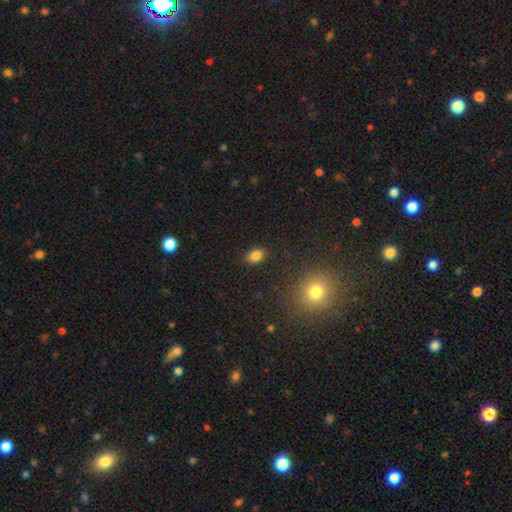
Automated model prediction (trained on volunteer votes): Smooth or featured? smooth (83%)
How rounded? in between (76%)
Merging? none (86%)